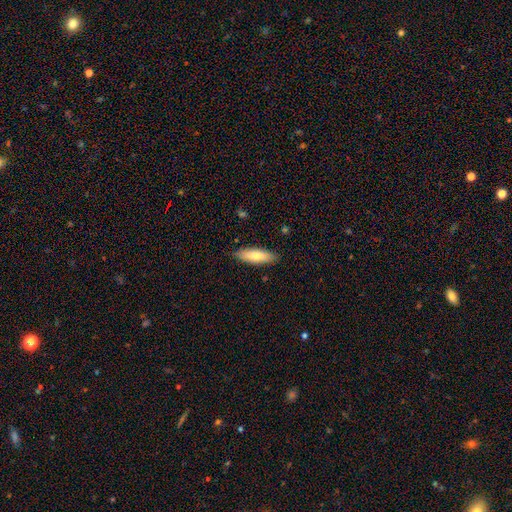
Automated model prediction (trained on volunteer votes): smooth-or-featured: smooth: 74% | featured or disk: 21% | star or artifact: 6%
  how-rounded: cigar-shaped: 50% | in between: 49% | round: 2%
  merging: none: 85% | minor disturbance: 11% | major disturbance: 2% | merger: 1%